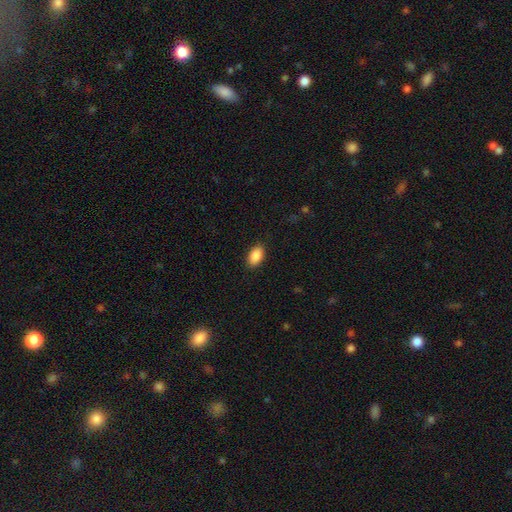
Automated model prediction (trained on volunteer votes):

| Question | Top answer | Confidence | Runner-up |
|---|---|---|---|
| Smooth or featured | smooth | 89% | star or artifact (7%) |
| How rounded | in between | 92% | round (6%) |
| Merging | none | 88% | minor disturbance (9%) |